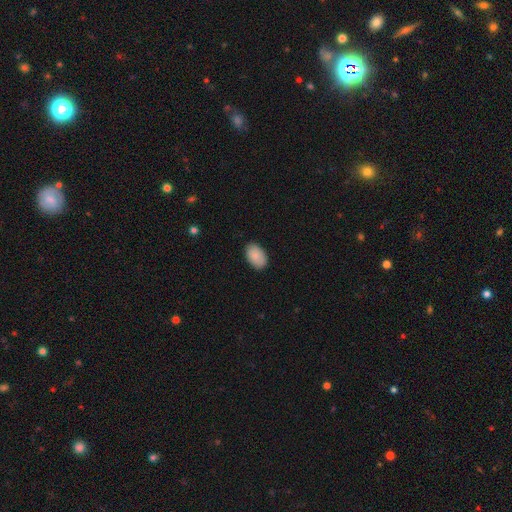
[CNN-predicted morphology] Smooth or featured?
  - smooth: 89% *
  - star or artifact: 6%
  - featured or disk: 4%
How rounded?
  - in between: 92% *
  - round: 7%
  - cigar-shaped: 1%
Merging?
  - none: 87% *
  - minor disturbance: 10%
  - major disturbance: 2%
  - merger: 1%